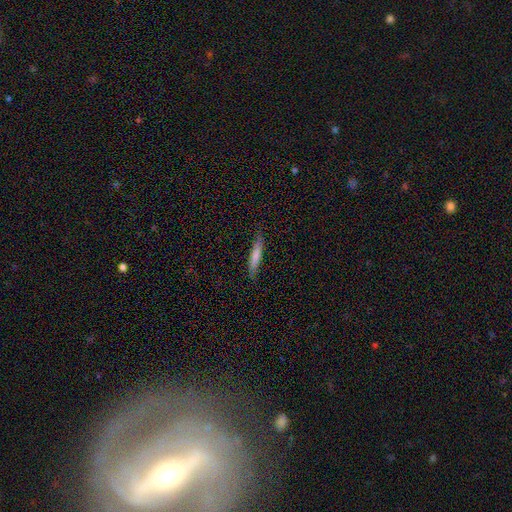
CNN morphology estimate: The model was most divided on "smooth or featured": smooth: 75%, featured or disk: 20%, star or artifact: 6%. More confident: how rounded — cigar-shaped (91%); merging — none (85%).